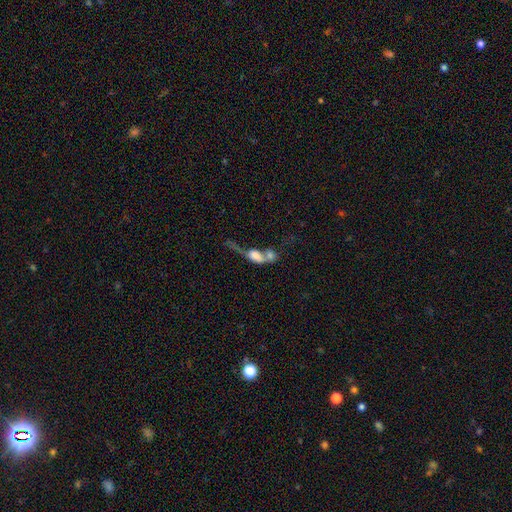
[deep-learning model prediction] Smooth or featured? smooth (54%)
How rounded? in between (64%)
Merging? merger (68%)